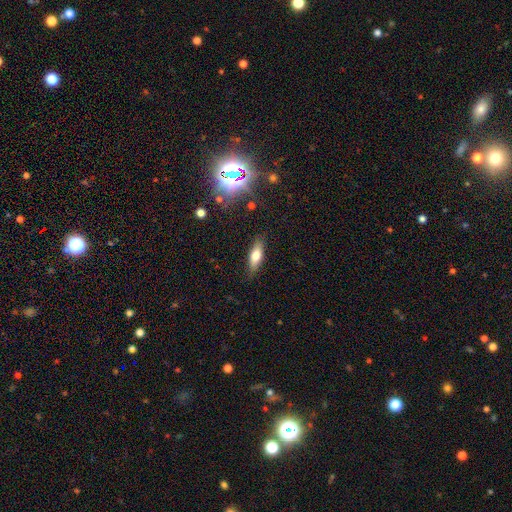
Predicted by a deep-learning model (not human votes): Smooth or featured? Predicted: smooth (p=0.66). How rounded? Predicted: in between (p=0.57). Merging? Predicted: none (p=0.85).